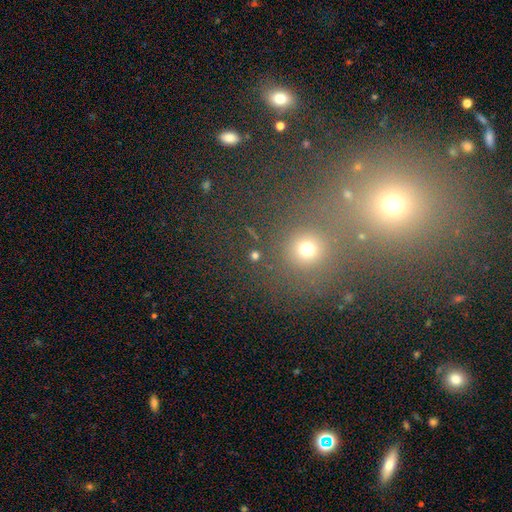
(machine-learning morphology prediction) The model was most divided on "smooth or featured": smooth: 51%, star or artifact: 39%, featured or disk: 9%. More confident: how rounded — round (90%); merging — none (79%).